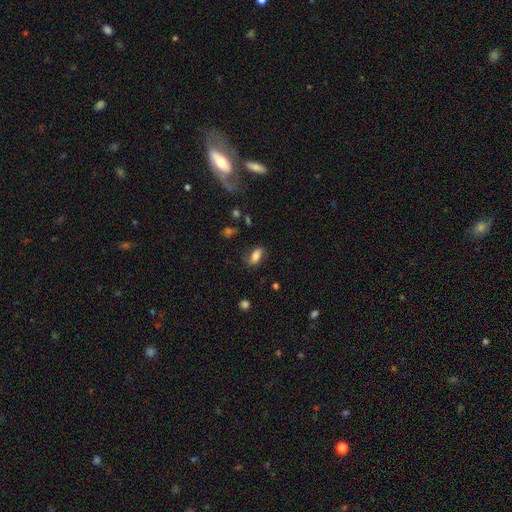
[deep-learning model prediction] Smooth or featured?
  - smooth: 76% *
  - featured or disk: 16%
  - star or artifact: 9%
How rounded?
  - in between: 86% *
  - cigar-shaped: 9%
  - round: 5%
Merging?
  - none: 69% *
  - minor disturbance: 21%
  - major disturbance: 8%
  - merger: 2%